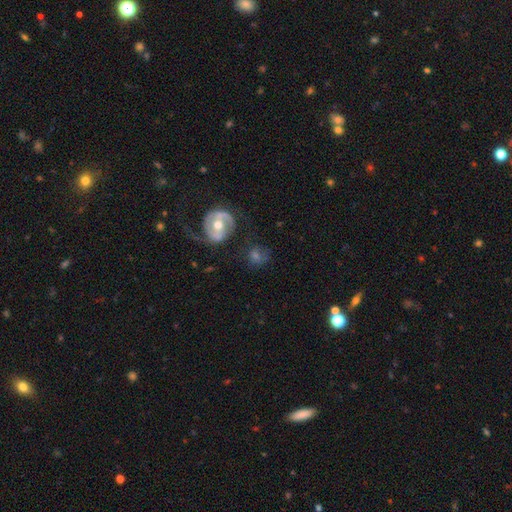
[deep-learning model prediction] featured or disk 53%, smooth 35%, star or artifact 12%. Down the decision tree: edge-on disk — no (95%); bar — no (47%); spiral arms — yes (79%); bulge size — moderate (67%); merging — none (64%).